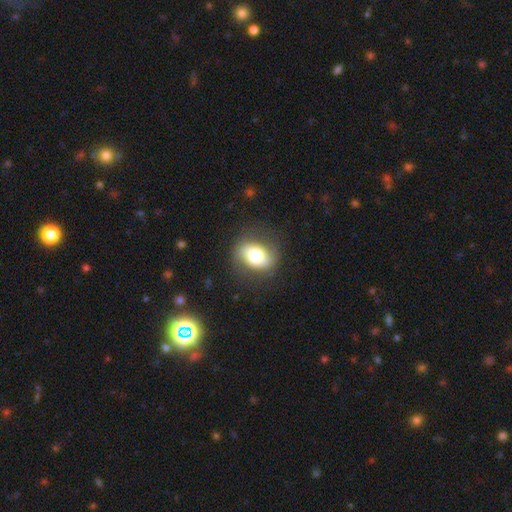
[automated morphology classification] Q: Smooth or featured?
A: smooth (65%); runner-up: featured or disk (27%)
Q: How rounded?
A: in between (63%); runner-up: round (35%)
Q: Merging?
A: none (77%); runner-up: minor disturbance (15%)